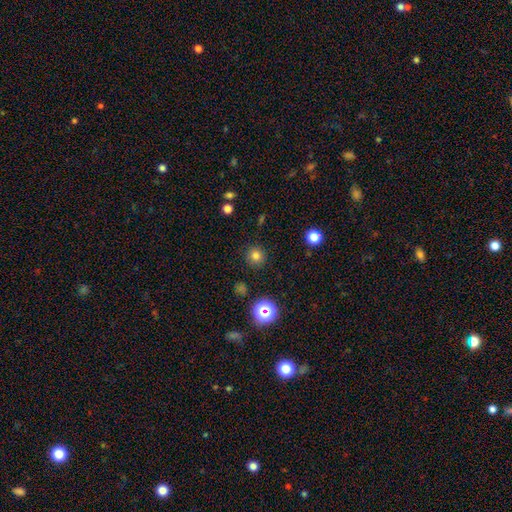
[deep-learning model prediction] smooth 77%, star or artifact 17%, featured or disk 6%. Down the decision tree: how rounded — round (94%); merging — none (90%).